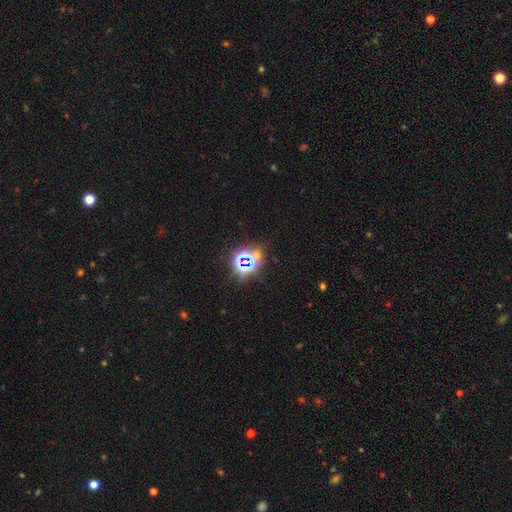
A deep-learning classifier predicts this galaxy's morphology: Smooth or featured: star or artifact — 73% (smooth — 18%)